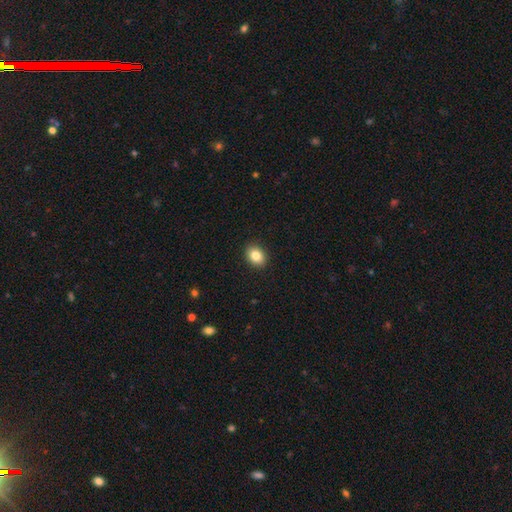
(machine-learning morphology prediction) A smooth galaxy with no disk features (84%) that is in between round and cigar-shaped (55%). Merging: none (91%).